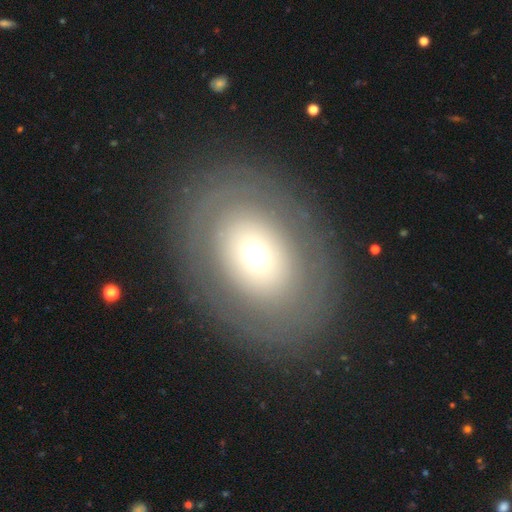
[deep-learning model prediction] The model was most divided on "smooth or featured": smooth: 49%, featured or disk: 41%, star or artifact: 10%. More confident: merging — none (83%).